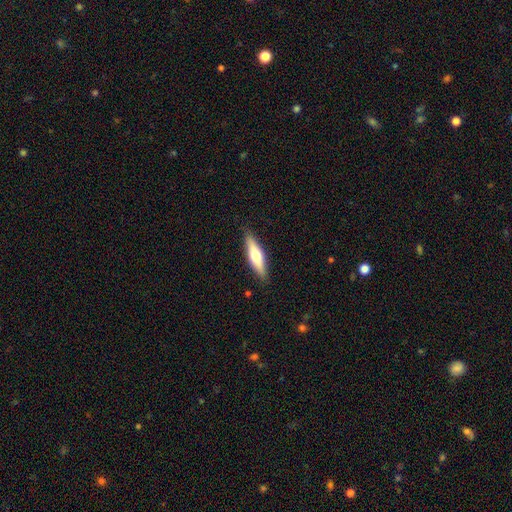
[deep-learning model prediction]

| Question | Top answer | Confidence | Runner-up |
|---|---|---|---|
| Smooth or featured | smooth | 50% | featured or disk (45%) |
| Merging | none | 87% | minor disturbance (10%) |